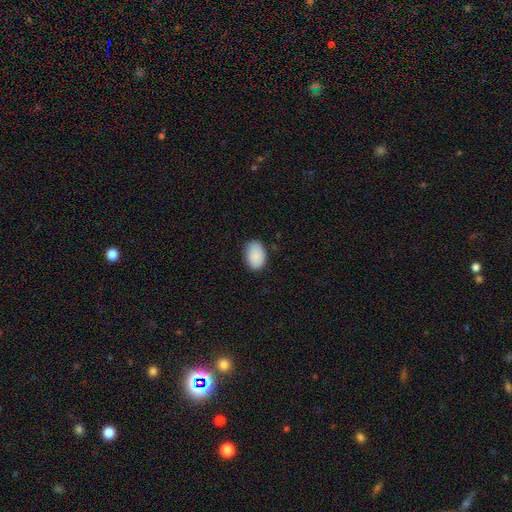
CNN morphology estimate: Smooth or featured?
  - smooth: 90% *
  - star or artifact: 7%
  - featured or disk: 4%
How rounded?
  - in between: 88% *
  - round: 11%
  - cigar-shaped: 1%
Merging?
  - none: 83% *
  - minor disturbance: 13%
  - major disturbance: 2%
  - merger: 1%